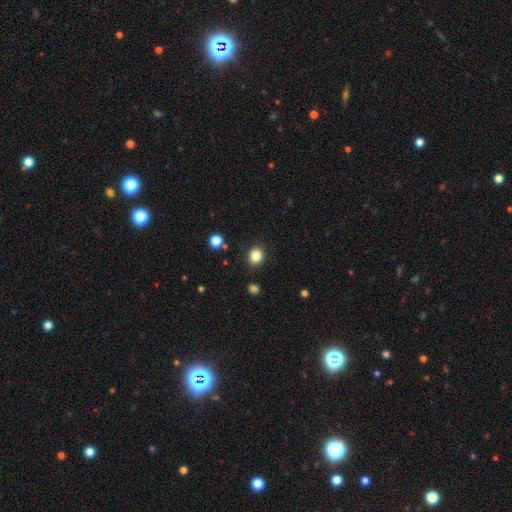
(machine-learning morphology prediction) Smooth or featured?
  - smooth: 84% *
  - star or artifact: 11%
  - featured or disk: 5%
How rounded?
  - round: 67% *
  - in between: 32%
  - cigar-shaped: 1%
Merging?
  - none: 89% *
  - minor disturbance: 7%
  - major disturbance: 2%
  - merger: 2%